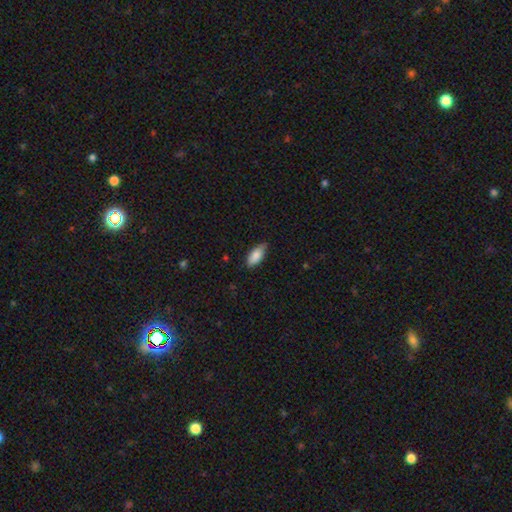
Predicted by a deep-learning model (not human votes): Smooth or featured?
  - smooth: 85% *
  - featured or disk: 8%
  - star or artifact: 6%
How rounded?
  - in between: 86% *
  - cigar-shaped: 12%
  - round: 2%
Merging?
  - none: 75% *
  - minor disturbance: 21%
  - major disturbance: 3%
  - merger: 1%